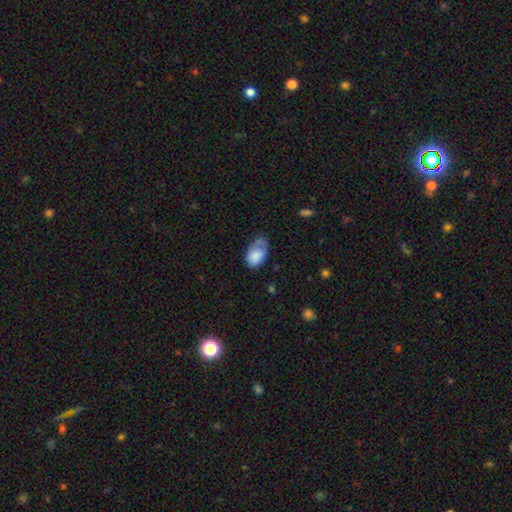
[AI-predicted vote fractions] This is likely a smooth galaxy (76%). How rounded: clearly in between (91%). Merging: marginally none (38%).